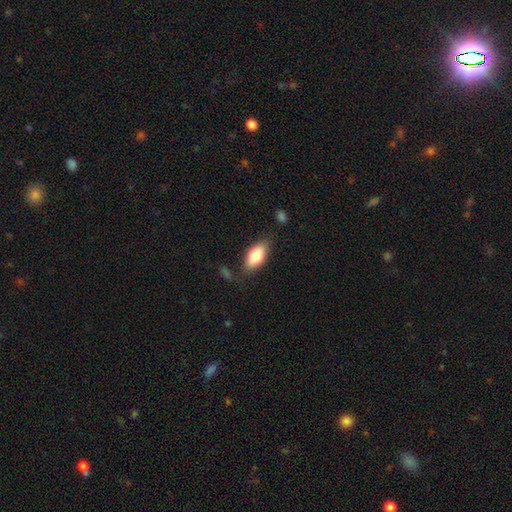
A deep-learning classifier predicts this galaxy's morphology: smooth_or_featured: smooth (p=0.78) [alt: featured or disk p=0.16]
how_rounded: in between (p=0.88) [alt: cigar-shaped p=0.08]
merging: none (p=0.72) [alt: minor disturbance p=0.19]